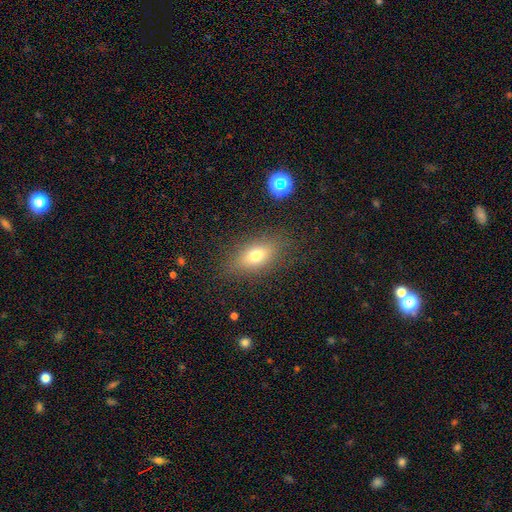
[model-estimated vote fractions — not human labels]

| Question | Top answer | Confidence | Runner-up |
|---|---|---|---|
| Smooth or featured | smooth | 70% | featured or disk (18%) |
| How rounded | in between | 79% | round (13%) |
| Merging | none | 82% | minor disturbance (12%) |